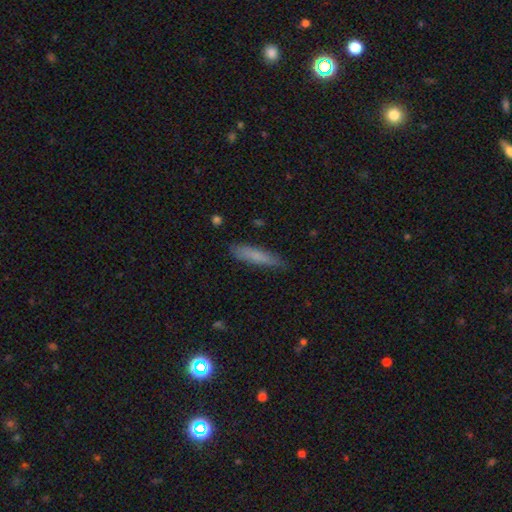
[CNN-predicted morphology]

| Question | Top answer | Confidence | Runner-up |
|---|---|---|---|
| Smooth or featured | smooth | 75% | featured or disk (18%) |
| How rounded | cigar-shaped | 87% | in between (12%) |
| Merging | none | 81% | minor disturbance (15%) |